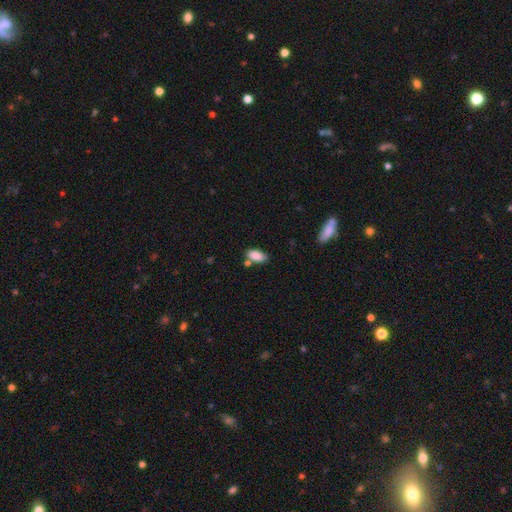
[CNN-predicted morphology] The model was most divided on "merging": none: 65%, minor disturbance: 16%, merger: 15%, major disturbance: 4%. More confident: how rounded — in between (91%); smooth or featured — smooth (87%).